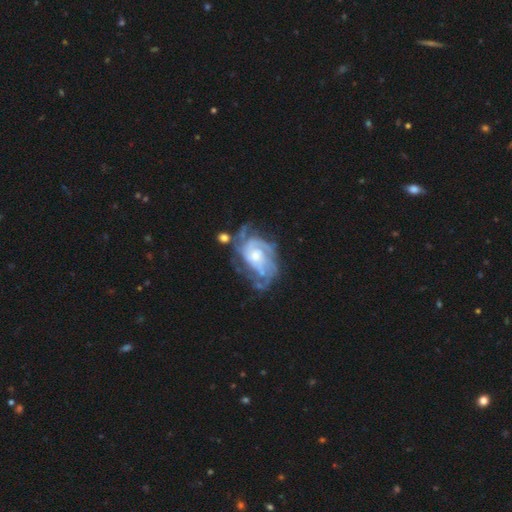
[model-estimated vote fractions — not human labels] featured or disk 86%, smooth 9%, star or artifact 6%. Down the decision tree: edge-on disk — no (97%); bar — no (67%); spiral arms — yes (92%); spiral arm count — can't tell (36%); spiral winding — tight (54%); bulge size — moderate (50%); merging — none (47%).